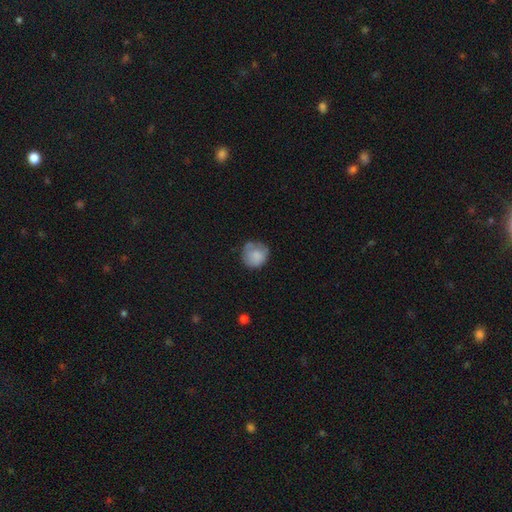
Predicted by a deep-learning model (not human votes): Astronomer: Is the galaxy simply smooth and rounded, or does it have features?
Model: smooth — 77%.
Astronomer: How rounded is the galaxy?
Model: round — 87%.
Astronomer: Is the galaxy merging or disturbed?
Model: none — 63%.